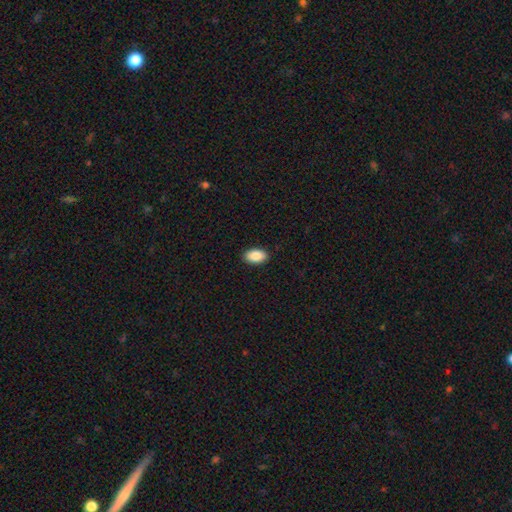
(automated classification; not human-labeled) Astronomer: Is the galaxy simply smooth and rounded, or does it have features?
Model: smooth — 88%.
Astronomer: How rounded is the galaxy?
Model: in between — 93%.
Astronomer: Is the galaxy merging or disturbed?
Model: none — 90%.